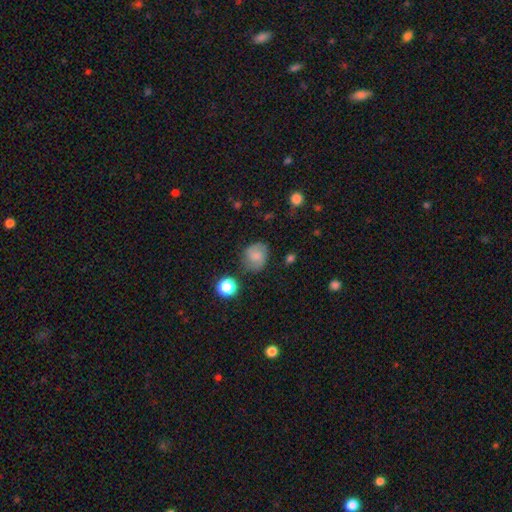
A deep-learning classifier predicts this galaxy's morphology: A smooth galaxy with no disk features (58%) that is round (71%).

Vote fractions:
- Smooth or featured? smooth: 58% / featured or disk: 31% / star or artifact: 11%
- How rounded? round: 71% / in between: 28% / cigar-shaped: 1%
- Merging? none: 72% / minor disturbance: 19% / major disturbance: 6% / merger: 3%